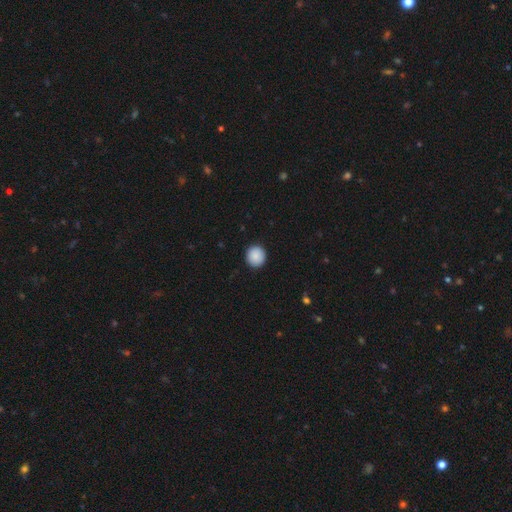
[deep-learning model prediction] This appears to be a smooth galaxy with no disk features (90%) that is round (92%). Merging: none (92%).